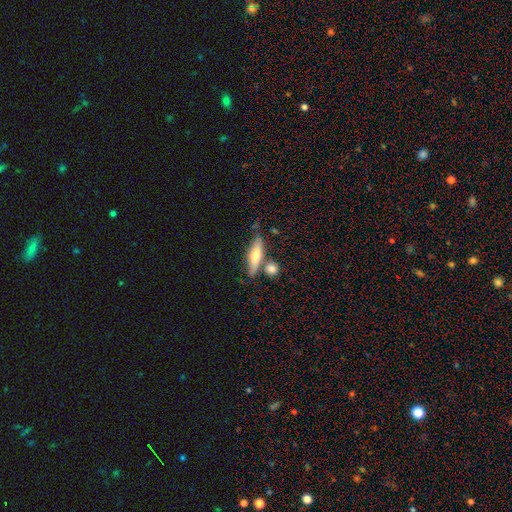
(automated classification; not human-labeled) A smooth galaxy with no disk features (58%) that is cigar-shaped (59%).

Vote fractions:
- Smooth or featured? smooth: 58% / featured or disk: 36% / star or artifact: 6%
- How rounded? cigar-shaped: 59% / in between: 37% / round: 3%
- Merging? none: 62% / merger: 18% / minor disturbance: 16% / major disturbance: 5%